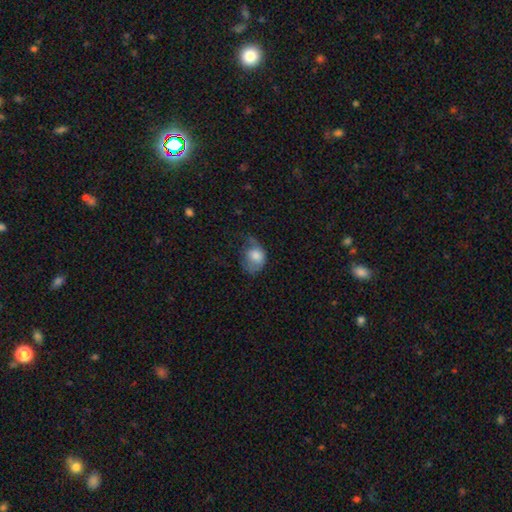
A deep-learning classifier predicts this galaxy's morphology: smooth-or-featured: smooth: 73% | featured or disk: 20% | star or artifact: 7%
  how-rounded: in between: 56% | round: 43% | cigar-shaped: 1%
  merging: major disturbance: 40% | minor disturbance: 33% | none: 25% | merger: 2%